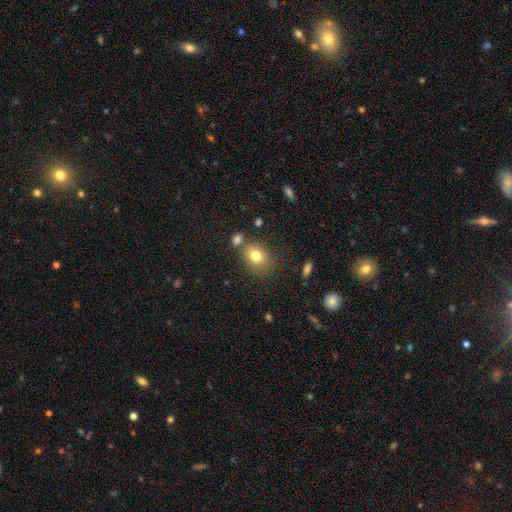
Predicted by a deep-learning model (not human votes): Smooth or featured? smooth (77%)
How rounded? in between (53%)
Merging? none (64%)